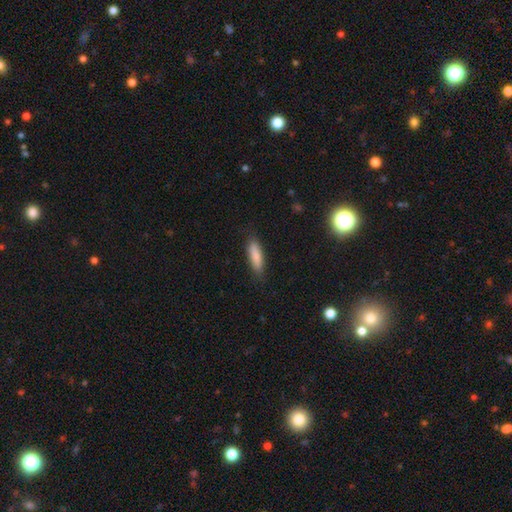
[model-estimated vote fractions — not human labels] Morphology: type=smooth (85%); roundness=cigar-shaped (60%); merging=none (84%).